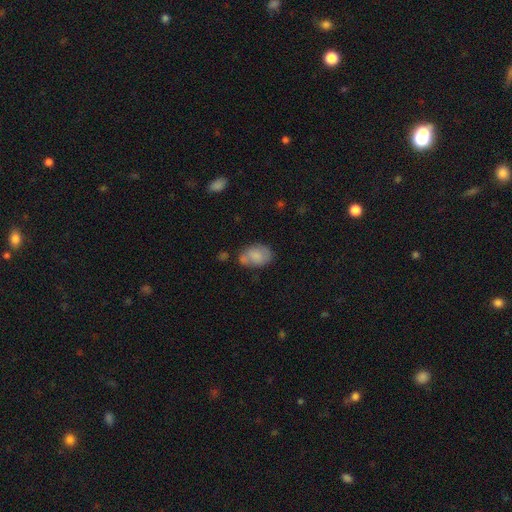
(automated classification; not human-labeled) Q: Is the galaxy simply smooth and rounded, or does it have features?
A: smooth — 76%.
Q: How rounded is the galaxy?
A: in between — 83%.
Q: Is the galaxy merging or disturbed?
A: none — 52%.